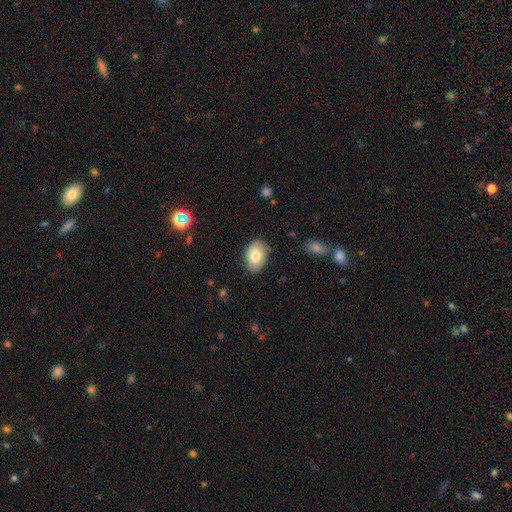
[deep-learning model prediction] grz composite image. It shows a smooth galaxy with no disk features (78%) that is in between round and cigar-shaped (83%). Merging: none (84%).